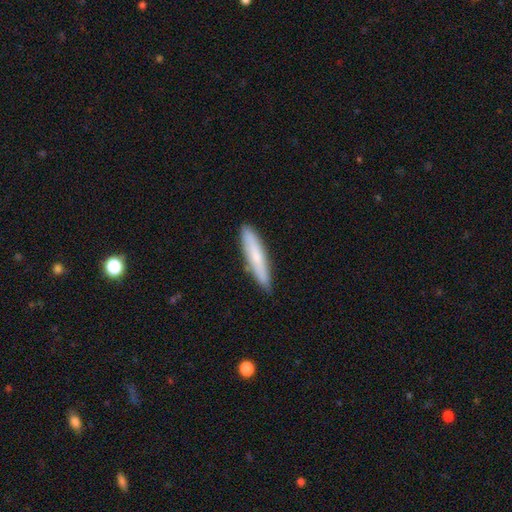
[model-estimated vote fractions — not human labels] This appears to be a smooth galaxy with no disk features (68%) that is cigar-shaped (88%). Merging: none (86%).